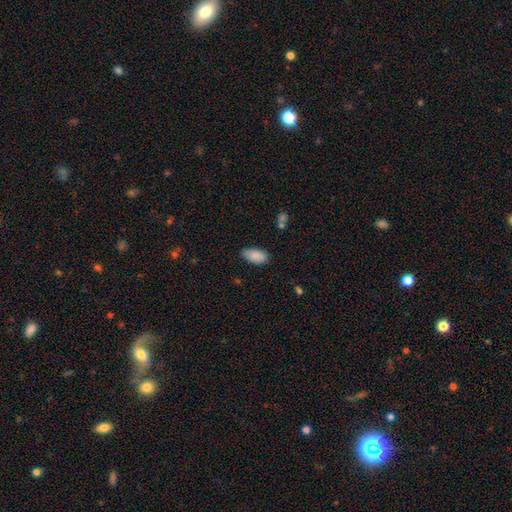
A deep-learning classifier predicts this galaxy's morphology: Smooth or featured?
  - smooth: 88% *
  - star or artifact: 7%
  - featured or disk: 5%
How rounded?
  - in between: 94% *
  - cigar-shaped: 3%
  - round: 3%
Merging?
  - none: 77% *
  - minor disturbance: 18%
  - major disturbance: 3%
  - merger: 2%